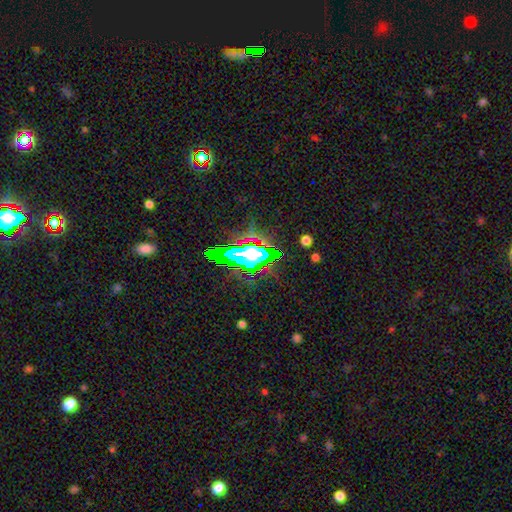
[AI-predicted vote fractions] A star or artifact, not a galaxy (62%).